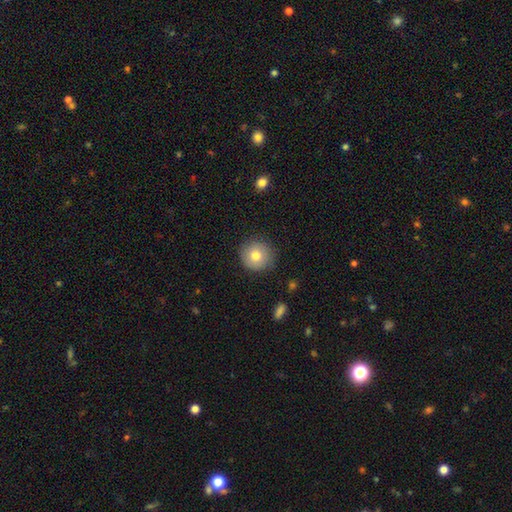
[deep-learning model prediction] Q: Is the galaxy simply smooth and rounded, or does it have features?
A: smooth — 78%.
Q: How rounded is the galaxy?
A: round — 93%.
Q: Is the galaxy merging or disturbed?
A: none — 86%.